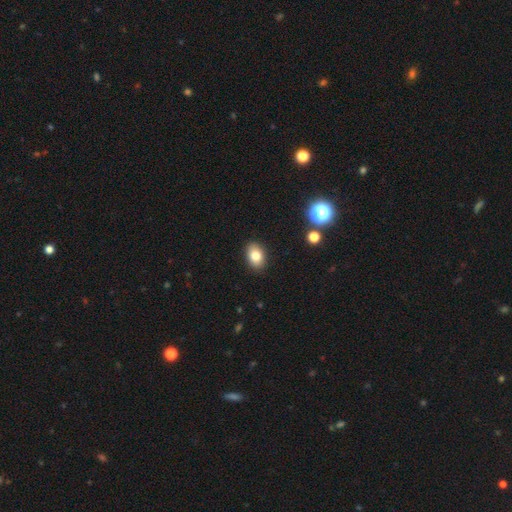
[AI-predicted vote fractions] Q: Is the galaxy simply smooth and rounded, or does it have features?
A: smooth — 81%.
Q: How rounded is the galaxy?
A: in between — 81%.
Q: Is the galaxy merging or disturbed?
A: none — 88%.